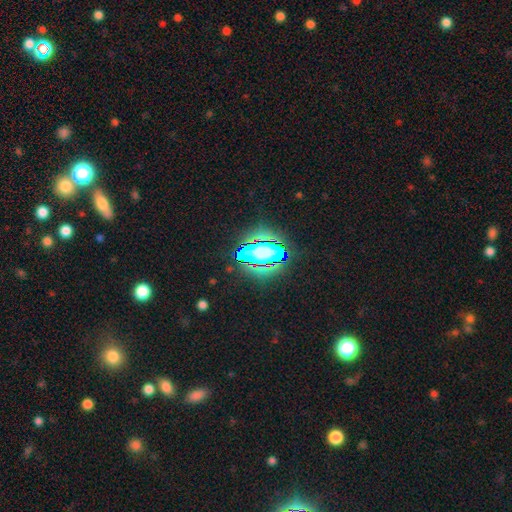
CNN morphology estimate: type=star or artifact (62%).